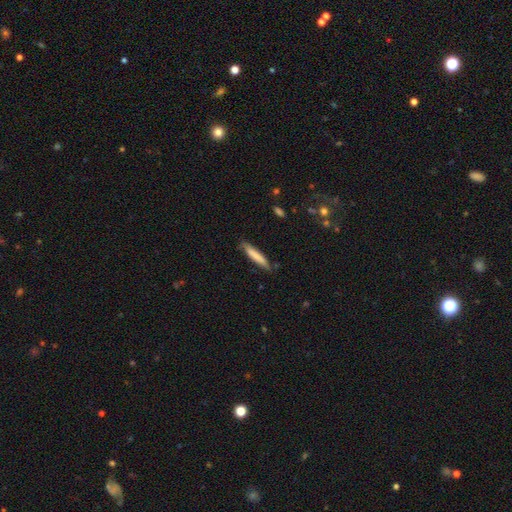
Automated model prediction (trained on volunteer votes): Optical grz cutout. It shows a smooth galaxy with no disk features (76%) that is cigar-shaped (92%). Merging: none (81%).